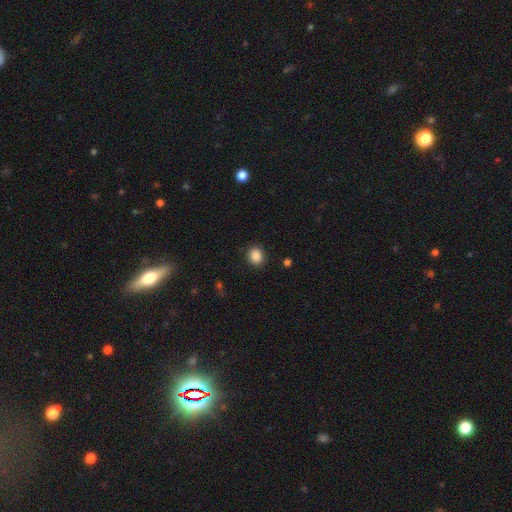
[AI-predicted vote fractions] Morphology: type=smooth (88%); roundness=round (69%); merging=none (89%).